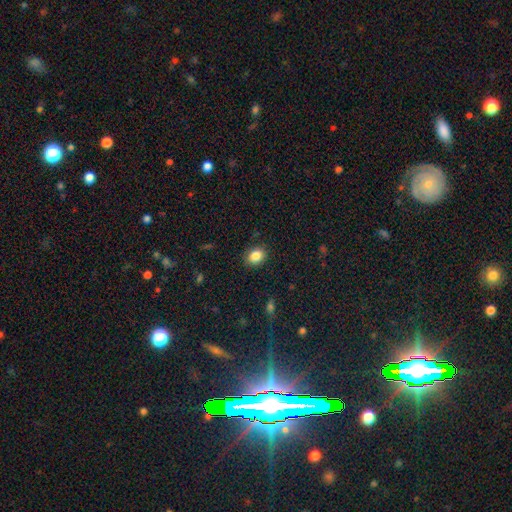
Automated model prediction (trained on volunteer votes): Smooth or featured: smooth — 86% (star or artifact — 9%)
How rounded: in between — 51% (round — 48%)
Merging: none — 88% (minor disturbance — 9%)